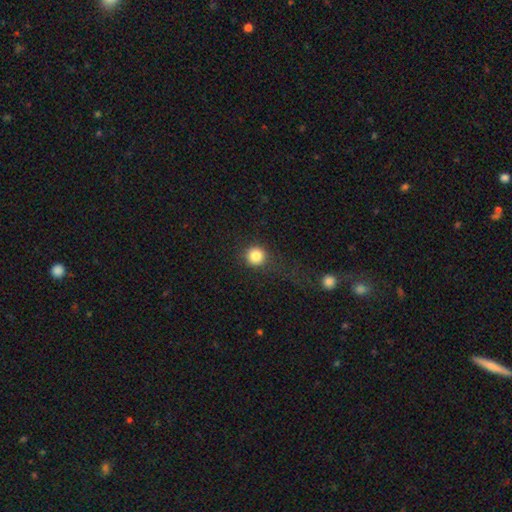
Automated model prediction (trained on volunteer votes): This appears to be a smooth galaxy with no disk features (84%) that is round (94%). Merging: none (83%).